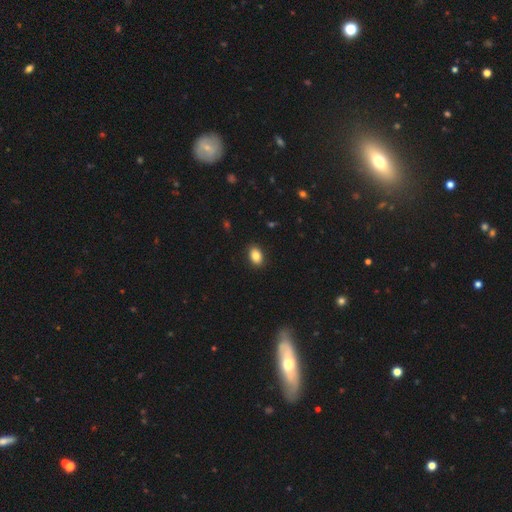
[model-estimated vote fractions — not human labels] The model was most divided on "how rounded": in between: 85%, round: 13%, cigar-shaped: 1%. More confident: merging — none (90%); smooth or featured — smooth (85%).